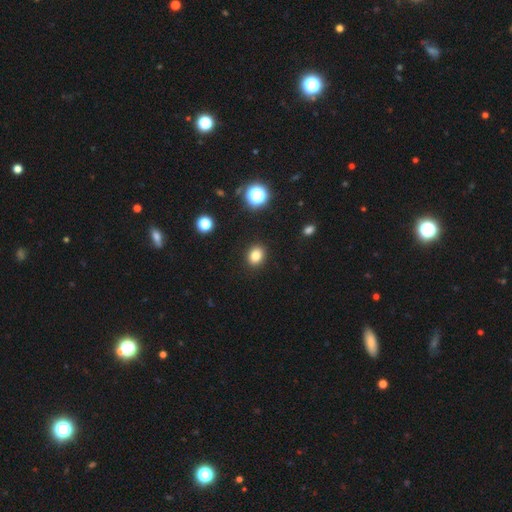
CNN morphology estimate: Smooth or featured? Predicted: smooth (p=0.82). How rounded? Predicted: round (p=0.52). Merging? Predicted: none (p=0.90).